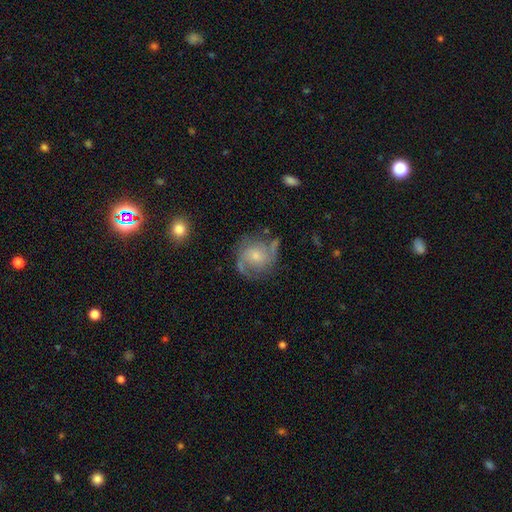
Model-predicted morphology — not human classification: This is likely a featured or disk galaxy (74%). It is clearly not viewed edge-on (98%). Bar: likely no (65%). Spiral arm pattern: clearly yes (91%). Spiral arm count: likely 2 (73%). Spiral winding: possibly medium (47%). Central bulge: possibly small (54%). Merging: likely none (64%).